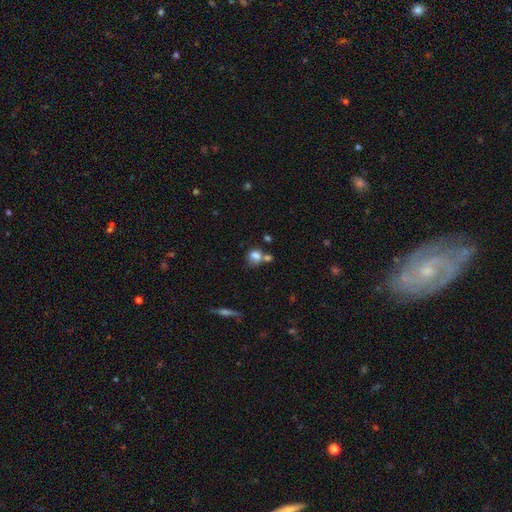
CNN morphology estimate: This is likely a smooth galaxy (77%). How rounded: possibly round (56%). Merging: marginally none (43%).